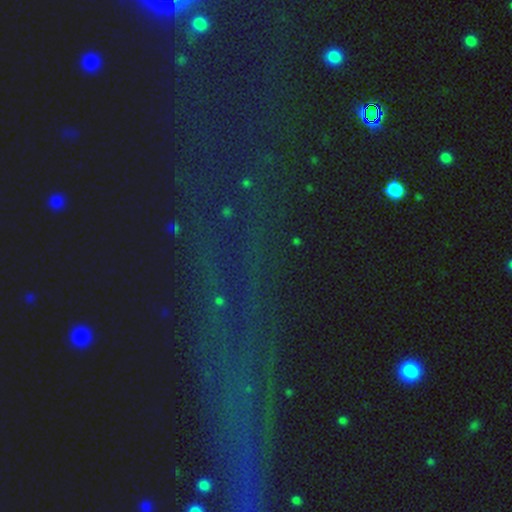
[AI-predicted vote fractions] This is likely a star or artifact rather than a galaxy (74%).